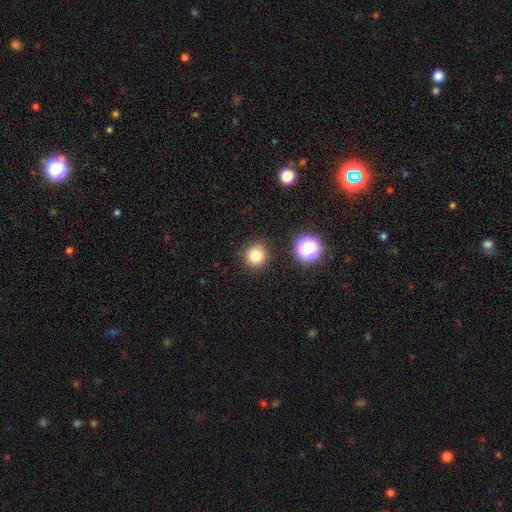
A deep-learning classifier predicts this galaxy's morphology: A smooth galaxy with no disk features (81%) that is round (92%). Merging: none (88%).